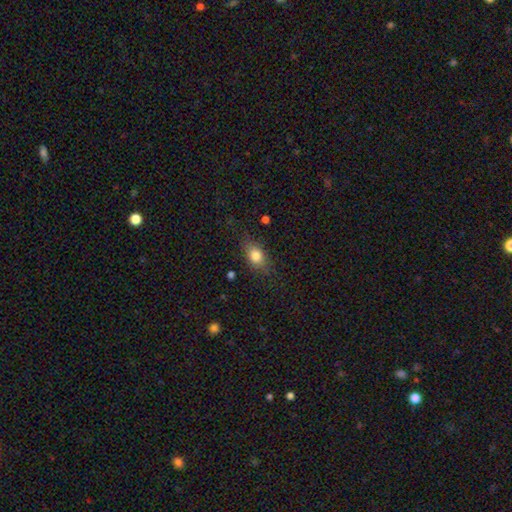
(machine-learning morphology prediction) smooth 80%, featured or disk 11%, star or artifact 9%. Down the decision tree: how rounded — in between (72%); merging — none (76%).